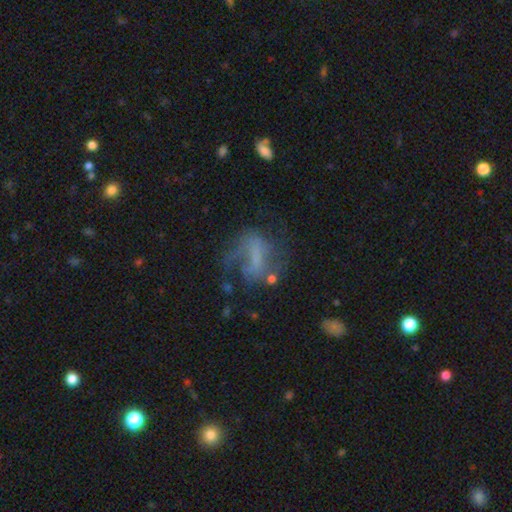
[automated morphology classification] The model was most divided on "bar": no: 36%, weak: 35%, strong: 29%. Remaining: edge-on disk — no (95%); spiral arms — yes (62%); smooth or featured — featured or disk (57%); bulge size — none (57%); merging — none (39%).